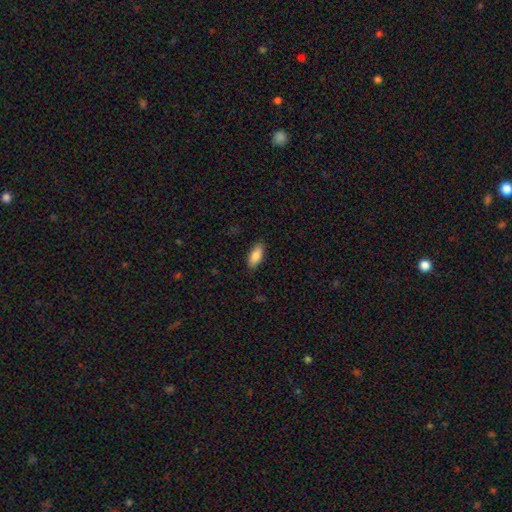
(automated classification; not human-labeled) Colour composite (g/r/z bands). It shows a smooth galaxy with no disk features (85%) that is in between round and cigar-shaped (85%). Merging: none (87%).